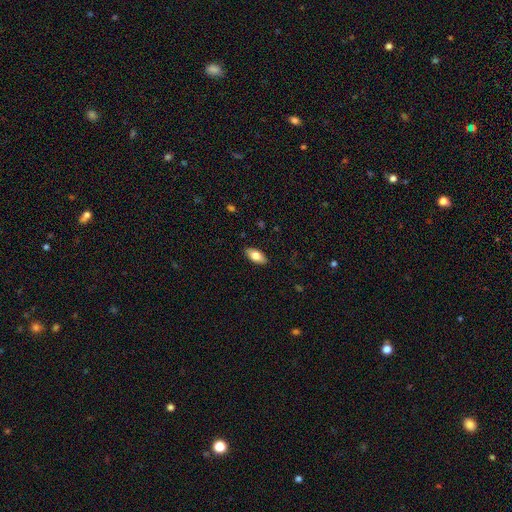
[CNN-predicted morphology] Smooth or featured?
  - smooth: 79% *
  - featured or disk: 15%
  - star or artifact: 6%
How rounded?
  - in between: 90% *
  - cigar-shaped: 7%
  - round: 3%
Merging?
  - none: 88% *
  - minor disturbance: 10%
  - major disturbance: 2%
  - merger: 1%